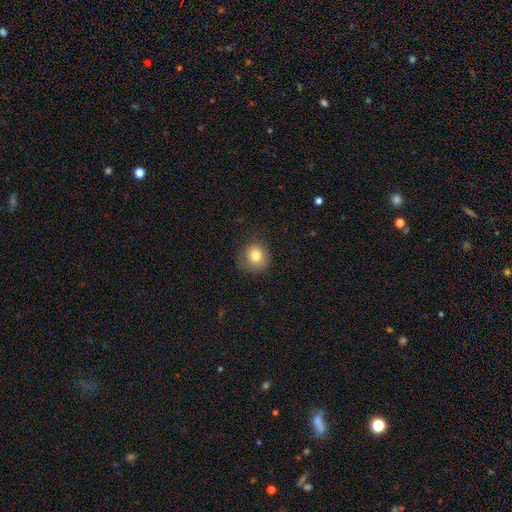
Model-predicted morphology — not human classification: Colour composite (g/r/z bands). It shows a smooth galaxy with no disk features (79%) that is round (87%). Merging: none (78%).